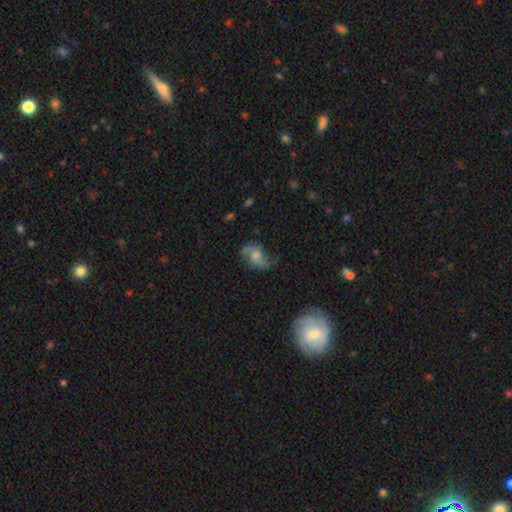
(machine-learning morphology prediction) A featured or disk galaxy (61%) with no bar (65%), 2 (84%) loose (57%) spiral arms (88%) and a moderate central bulge (45%). Merging: none (56%).